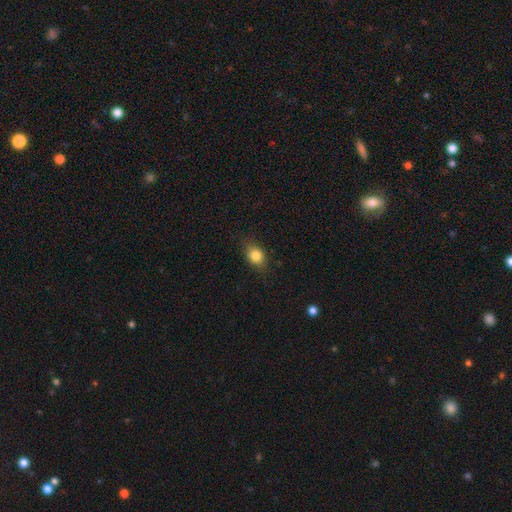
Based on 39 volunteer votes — Smooth or featured? smooth (85%)
How rounded? in between (52%)
Merging? none (82%)